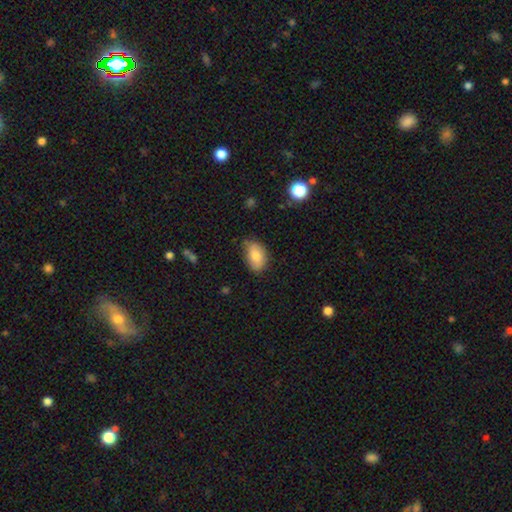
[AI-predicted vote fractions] This is likely a smooth galaxy (79%). How rounded: clearly in between (87%). Merging: likely none (67%).